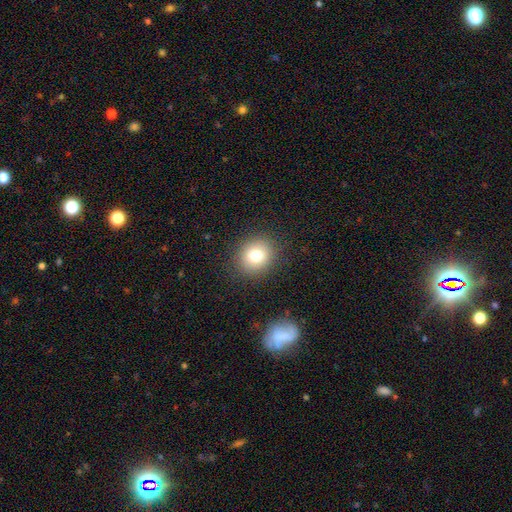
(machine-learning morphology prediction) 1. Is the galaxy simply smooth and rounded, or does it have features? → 78% smooth, 12% star or artifact, 10% featured or disk.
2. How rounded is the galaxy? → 77% round, 22% in between, 1% cigar-shaped.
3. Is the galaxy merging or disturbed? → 88% none, 7% minor disturbance, 3% major disturbance, 1% merger.